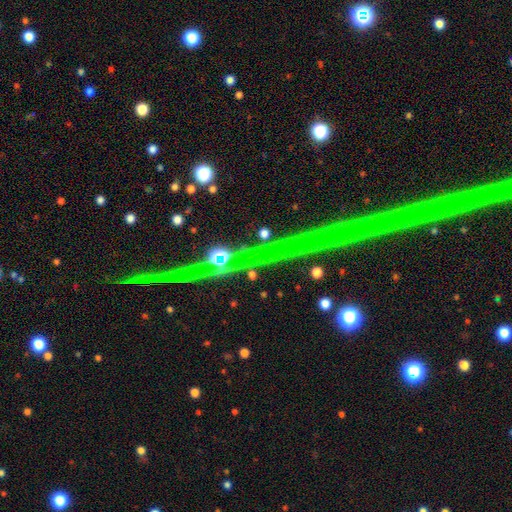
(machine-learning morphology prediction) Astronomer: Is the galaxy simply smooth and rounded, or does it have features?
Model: star or artifact — 62%.